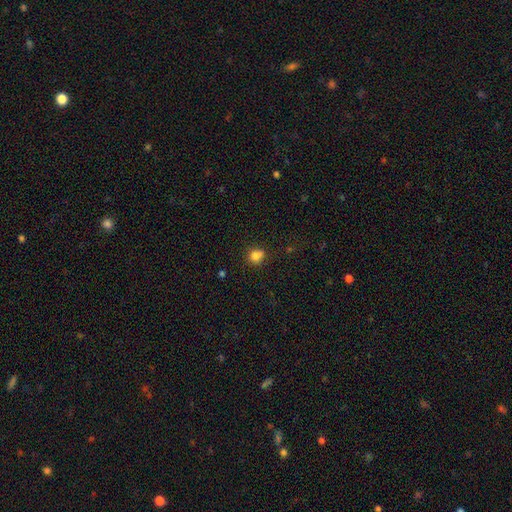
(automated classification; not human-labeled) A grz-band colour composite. It shows a smooth galaxy with no disk features (81%) that is round (79%). Merging: none (68%).